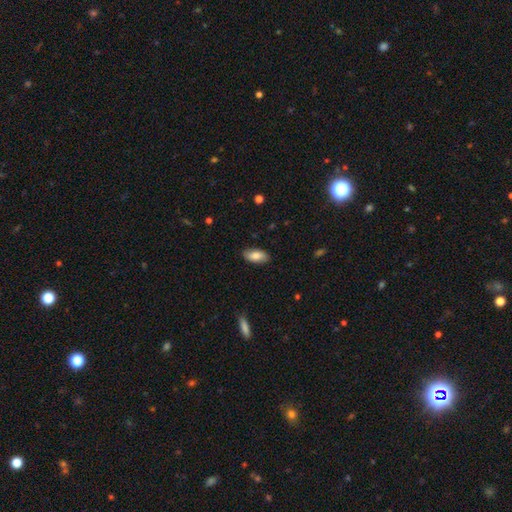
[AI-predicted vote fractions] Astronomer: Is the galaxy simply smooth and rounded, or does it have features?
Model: smooth — 79%.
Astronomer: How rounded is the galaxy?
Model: in between — 90%.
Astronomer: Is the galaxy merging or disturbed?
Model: none — 86%.